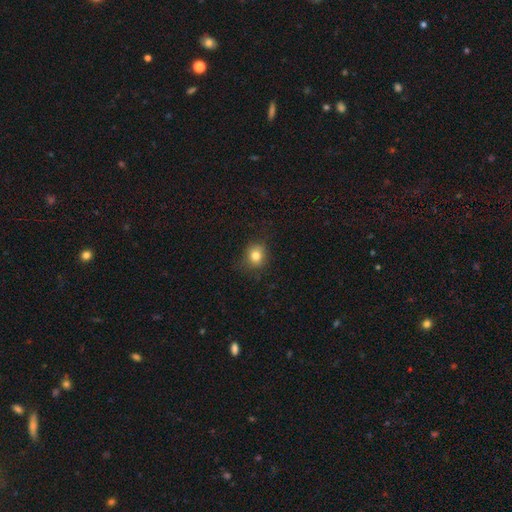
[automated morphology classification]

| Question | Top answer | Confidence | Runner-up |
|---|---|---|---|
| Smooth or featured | smooth | 81% | star or artifact (12%) |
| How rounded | round | 76% | in between (23%) |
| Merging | none | 81% | minor disturbance (14%) |